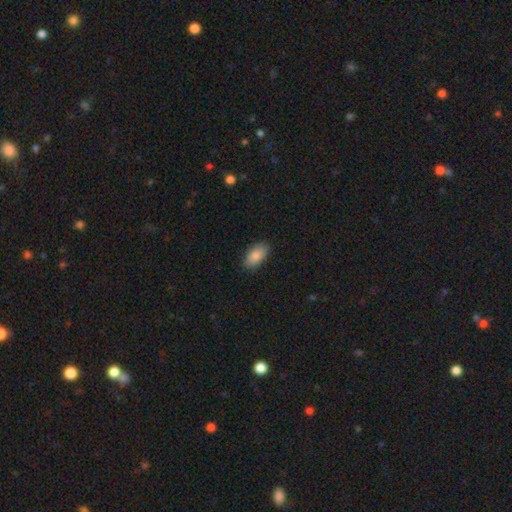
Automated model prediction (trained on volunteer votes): Q: Smooth or featured?
A: smooth (87%); runner-up: featured or disk (7%)
Q: How rounded?
A: in between (93%); runner-up: cigar-shaped (3%)
Q: Merging?
A: none (87%); runner-up: minor disturbance (10%)